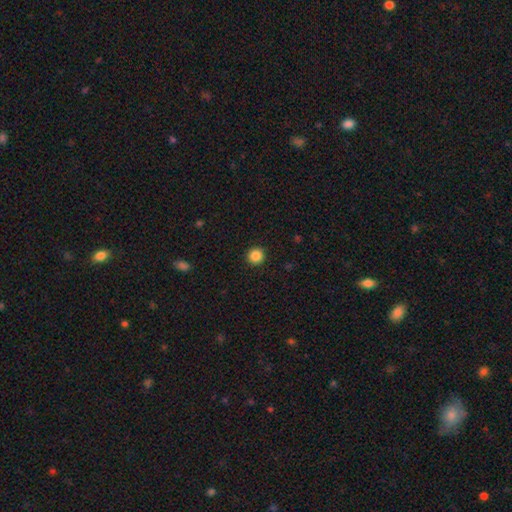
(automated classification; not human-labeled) Morphology: type=smooth (86%); roundness=round (95%); merging=none (93%).